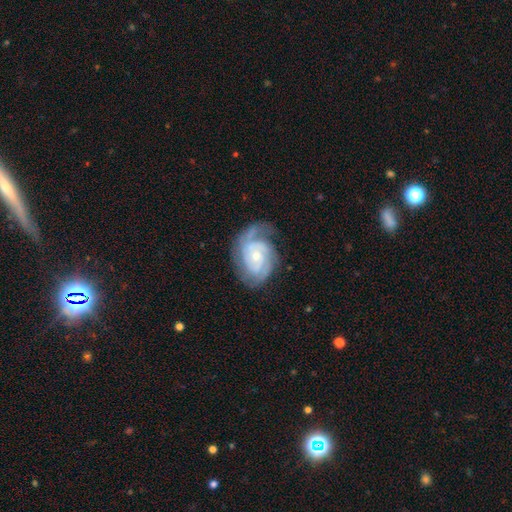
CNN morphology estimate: Q: Smooth or featured?
A: featured or disk (86%); runner-up: smooth (8%)
Q: Edge-on disk?
A: no (97%); runner-up: yes (3%)
Q: Bar?
A: no (68%); runner-up: weak (27%)
Q: Spiral arms?
A: yes (96%); runner-up: no (4%)
Q: Spiral winding?
A: tight (61%); runner-up: medium (32%)
Q: Spiral arm count?
A: 2 (40%); runner-up: 3 (26%)
Q: Bulge size?
A: small (60%); runner-up: moderate (36%)
Q: Merging?
A: none (64%); runner-up: minor disturbance (23%)